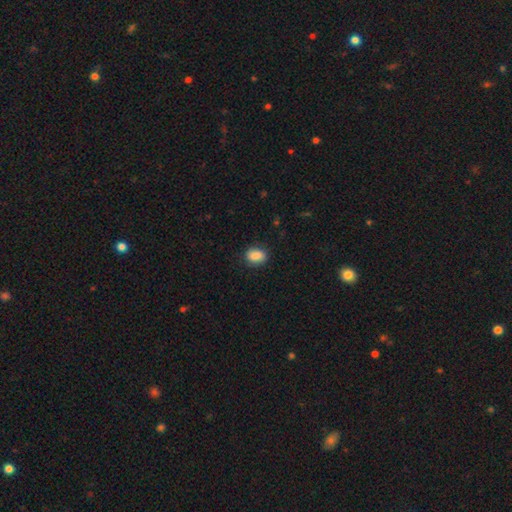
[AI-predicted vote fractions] A smooth galaxy with no disk features (87%) that is in between round and cigar-shaped (74%). Merging: none (82%).